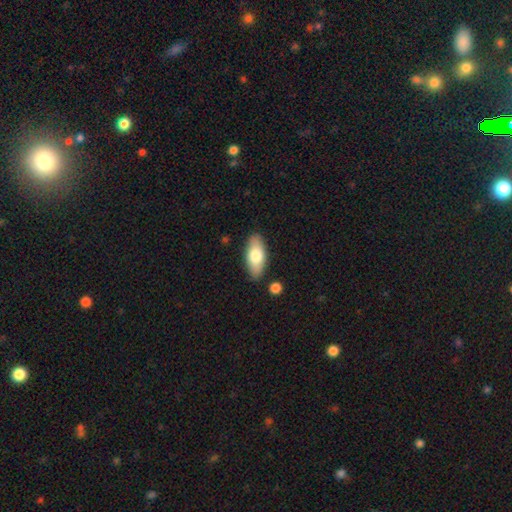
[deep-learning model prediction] Smooth or featured? Predicted: smooth (p=0.75). How rounded? Predicted: in between (p=0.85). Merging? Predicted: none (p=0.84).